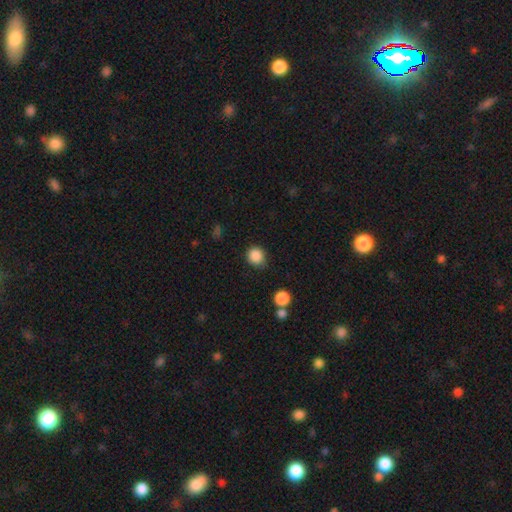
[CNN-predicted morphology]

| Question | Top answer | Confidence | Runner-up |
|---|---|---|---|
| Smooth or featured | smooth | 87% | star or artifact (10%) |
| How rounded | round | 84% | in between (15%) |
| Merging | none | 80% | minor disturbance (14%) |